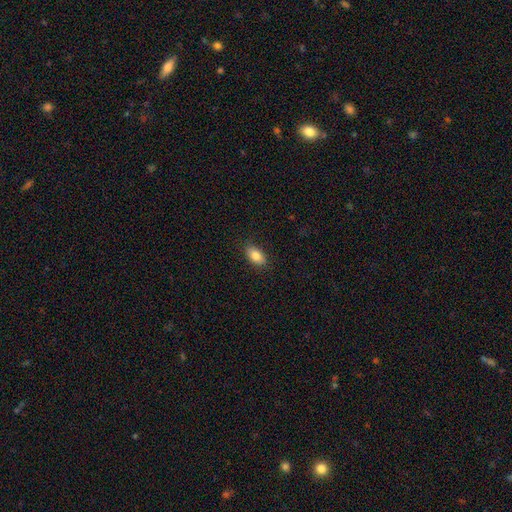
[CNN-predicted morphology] Smooth or featured: smooth — 84% (featured or disk — 8%)
How rounded: in between — 90% (round — 7%)
Merging: none — 87% (minor disturbance — 10%)